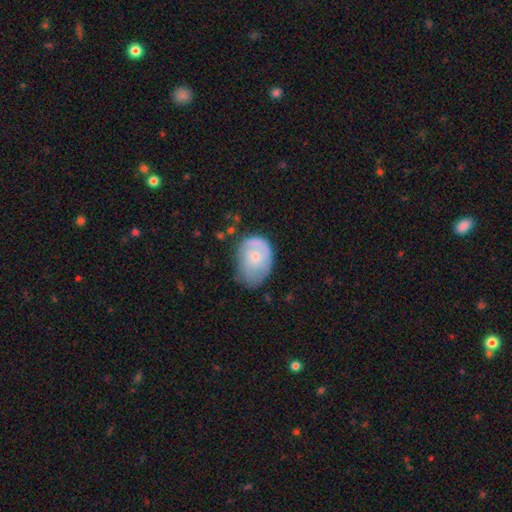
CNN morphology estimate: The model was most divided on "smooth or featured": smooth: 50%, featured or disk: 43%, star or artifact: 7%. Remaining: merging — none (43%).